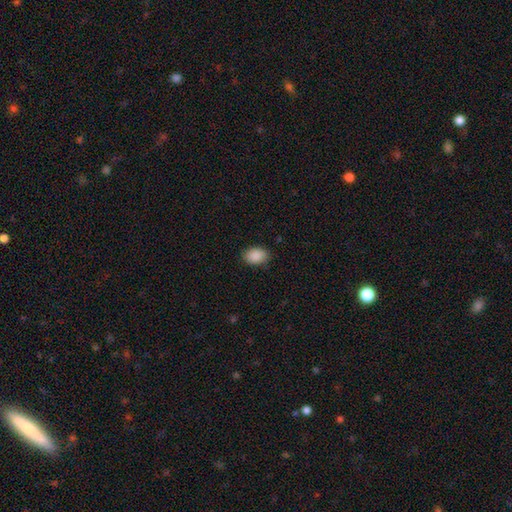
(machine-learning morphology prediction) This is clearly a smooth galaxy (90%). How rounded: clearly in between (82%). Merging: clearly none (85%).